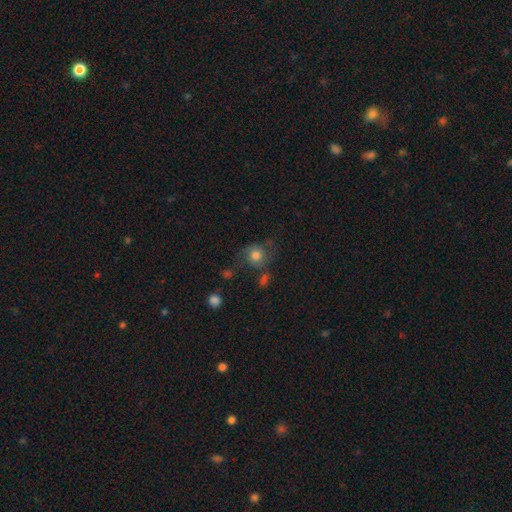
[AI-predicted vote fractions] Smooth or featured?
  - smooth: 72% *
  - featured or disk: 17%
  - star or artifact: 11%
How rounded?
  - round: 82% *
  - in between: 17%
  - cigar-shaped: 1%
Merging?
  - none: 57% *
  - minor disturbance: 23%
  - major disturbance: 14%
  - merger: 7%